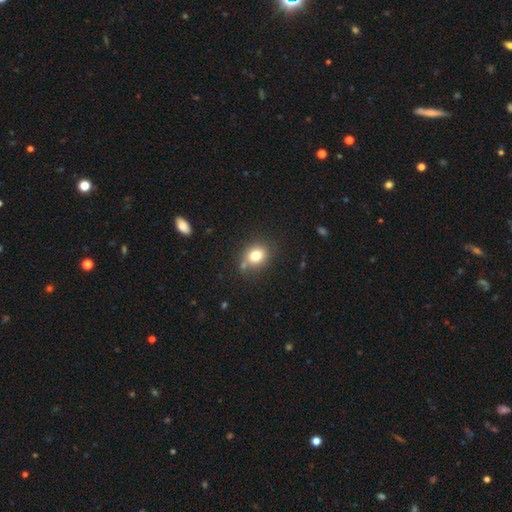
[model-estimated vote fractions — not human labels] smooth-or-featured: smooth: 78% | star or artifact: 12% | featured or disk: 10%
  how-rounded: round: 56% | in between: 43% | cigar-shaped: 1%
  merging: none: 73% | minor disturbance: 15% | merger: 8% | major disturbance: 4%